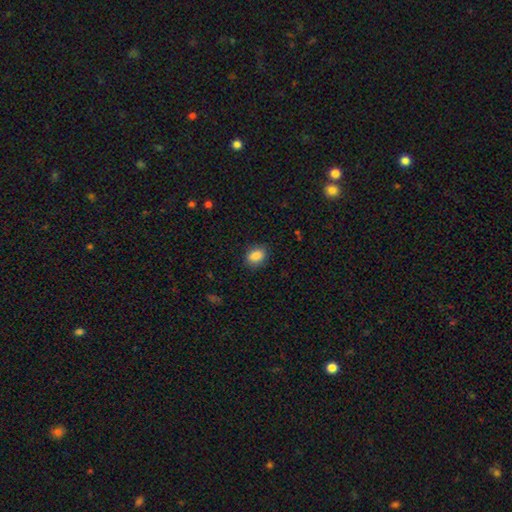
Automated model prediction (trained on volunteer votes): Smooth or featured: smooth — 87% (star or artifact — 8%)
How rounded: in between — 66% (round — 33%)
Merging: none — 87% (minor disturbance — 10%)